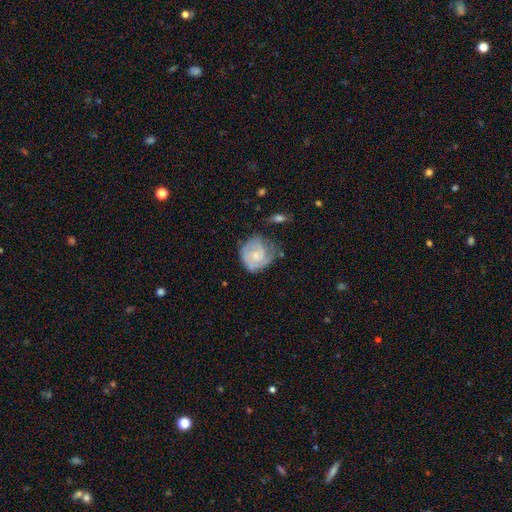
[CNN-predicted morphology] Smooth or featured?
  - featured or disk: 66% *
  - smooth: 27%
  - star or artifact: 6%
Edge-on disk?
  - no: 98% *
  - yes: 2%
Bar?
  - no: 73% *
  - weak: 24%
  - strong: 3%
Spiral arms?
  - yes: 87% *
  - no: 13%
Spiral winding?
  - tight: 60% *
  - medium: 30%
  - loose: 10%
Spiral arm count?
  - 2: 36% *
  - can't tell: 31%
  - 3: 16%
  - 1: 9%
  - 4: 4%
  - more than 4: 3%
Bulge size?
  - small: 58% *
  - moderate: 28%
  - none: 10%
  - large: 2%
  - dominant: 1%
Merging?
  - none: 53% *
  - minor disturbance: 28%
  - major disturbance: 16%
  - merger: 3%